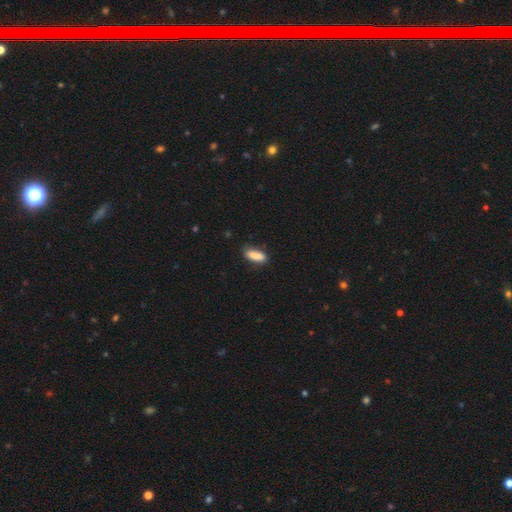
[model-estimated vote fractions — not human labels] Q: Smooth or featured?
A: smooth (88%); runner-up: star or artifact (7%)
Q: How rounded?
A: in between (70%); runner-up: cigar-shaped (28%)
Q: Merging?
A: none (77%); runner-up: minor disturbance (18%)